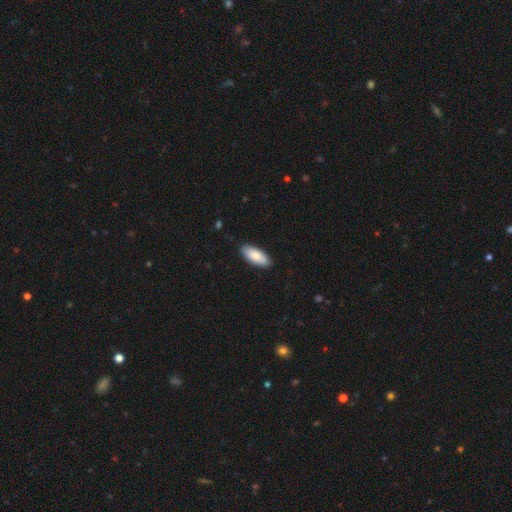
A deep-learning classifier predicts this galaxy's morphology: This is clearly a smooth galaxy (84%). How rounded: clearly in between (86%). Merging: clearly none (89%).